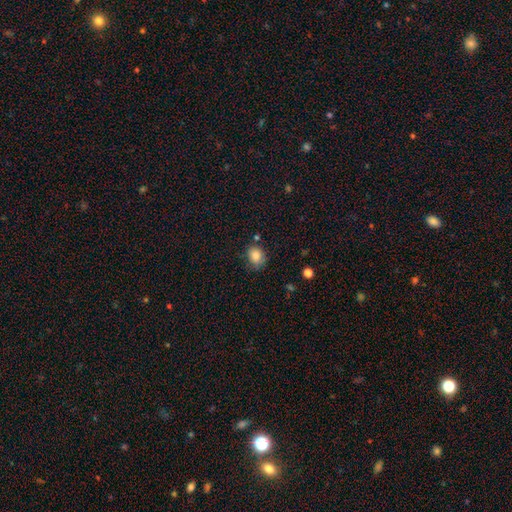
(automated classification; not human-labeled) Q: Smooth or featured?
A: smooth (85%); runner-up: star or artifact (9%)
Q: How rounded?
A: round (51%); runner-up: in between (48%)
Q: Merging?
A: none (69%); runner-up: minor disturbance (21%)